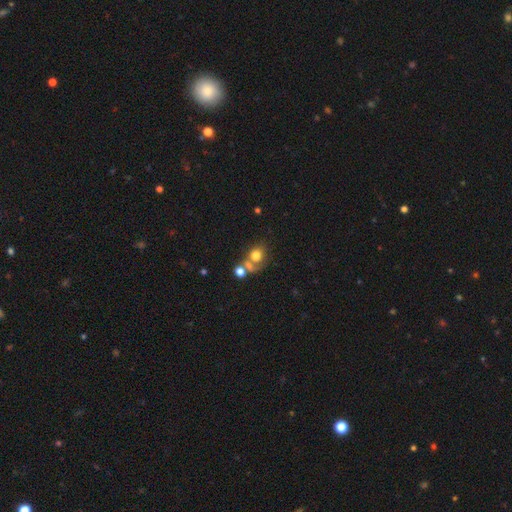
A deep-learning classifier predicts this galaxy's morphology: Overall: smooth (69%). How rounded: round (61%; in between 38%). Merging: merger (41%; none 34%).